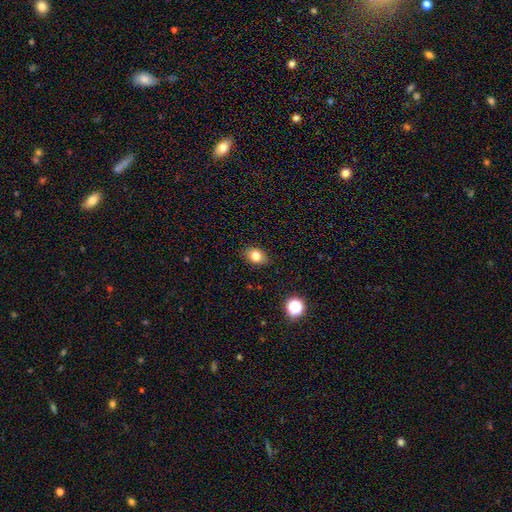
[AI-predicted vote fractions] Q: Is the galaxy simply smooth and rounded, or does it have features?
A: smooth — 79%.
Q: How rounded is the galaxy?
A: in between — 68%.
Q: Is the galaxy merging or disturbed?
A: none — 85%.